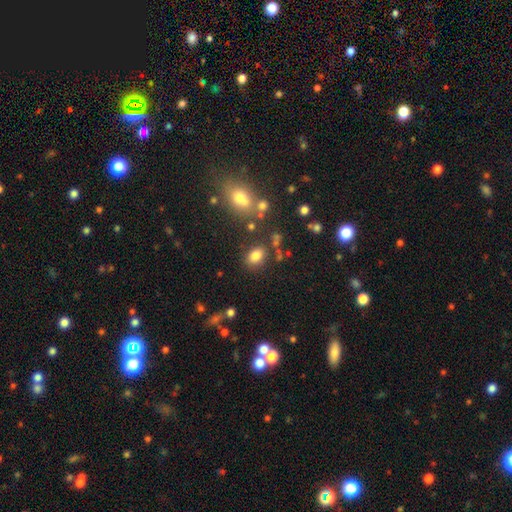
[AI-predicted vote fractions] smooth_or_featured: smooth (p=0.80) [alt: star or artifact p=0.12]
how_rounded: in between (p=0.75) [alt: round p=0.24]
merging: none (p=0.75) [alt: minor disturbance p=0.12]